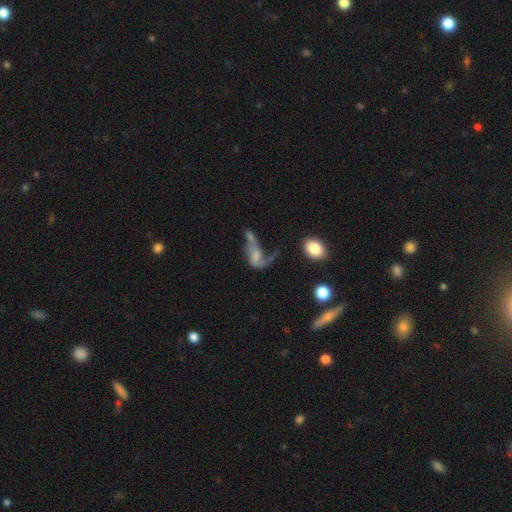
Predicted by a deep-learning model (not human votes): Q: Smooth or featured?
A: featured or disk (57%); runner-up: smooth (32%)
Q: Edge-on disk?
A: no (95%); runner-up: yes (5%)
Q: Bar?
A: no (66%); runner-up: weak (25%)
Q: Spiral arms?
A: yes (65%); runner-up: no (35%)
Q: Bulge size?
A: none (45%); runner-up: small (28%)
Q: Merging?
A: major disturbance (42%); runner-up: merger (27%)